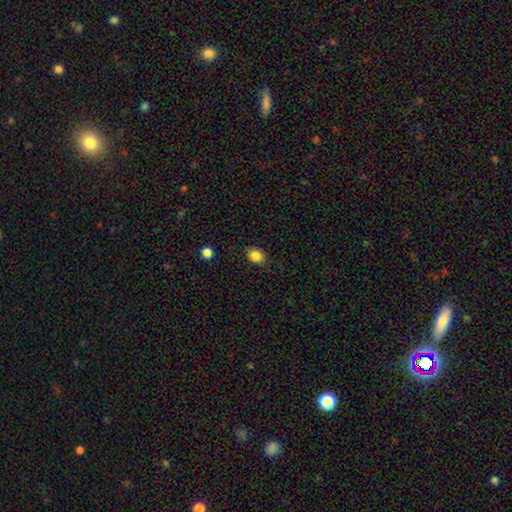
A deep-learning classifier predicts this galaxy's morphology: Smooth or featured: smooth — 85% (star or artifact — 10%)
How rounded: in between — 58% (round — 41%)
Merging: none — 86% (minor disturbance — 10%)